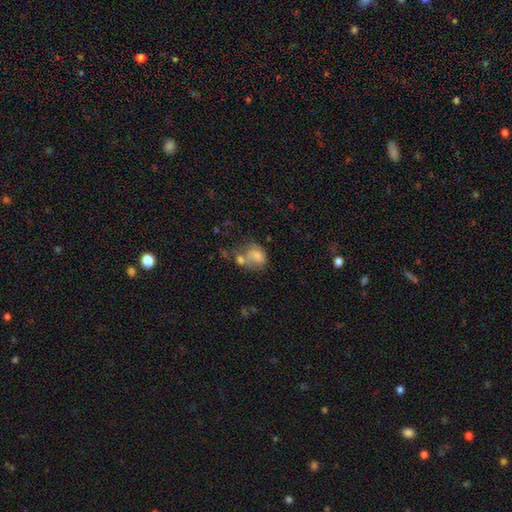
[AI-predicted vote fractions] smooth 68%, featured or disk 21%, star or artifact 10%. Down the decision tree: how rounded — in between (55%); merging — merger (40%).